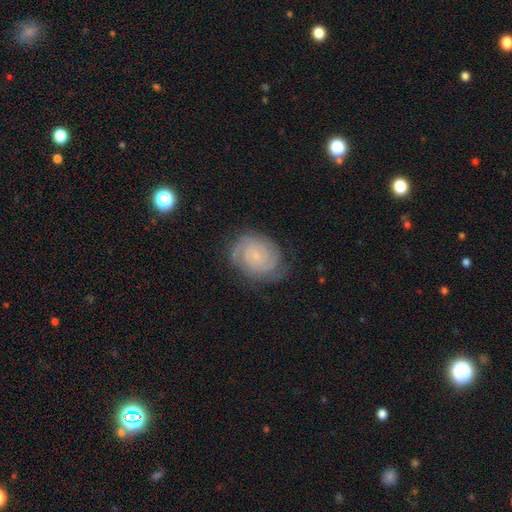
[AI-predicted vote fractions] smooth-or-featured: featured or disk: 82% | smooth: 11% | star or artifact: 7%
  disk-edge-on: no: 98% | yes: 2%
    bar: no: 68% | weak: 27% | strong: 5%
    has-spiral-arms: yes: 97% | no: 3%
      spiral-winding: tight: 73% | medium: 22% | loose: 4%
      spiral-arm-count: 2: 45% | can't tell: 22% | 3: 18% | 4: 6% | 1: 5% | more than 4: 5%
    bulge-size: small: 79% | moderate: 10% | none: 9% | large: 1% | dominant: 1%
  merging: none: 77% | minor disturbance: 16% | major disturbance: 6% | merger: 1%